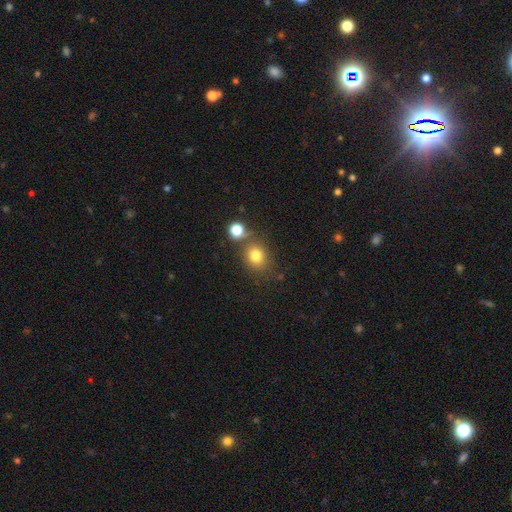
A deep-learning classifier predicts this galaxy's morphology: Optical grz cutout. It shows a smooth galaxy with no disk features (80%) that is round (74%). Merging: none (67%).